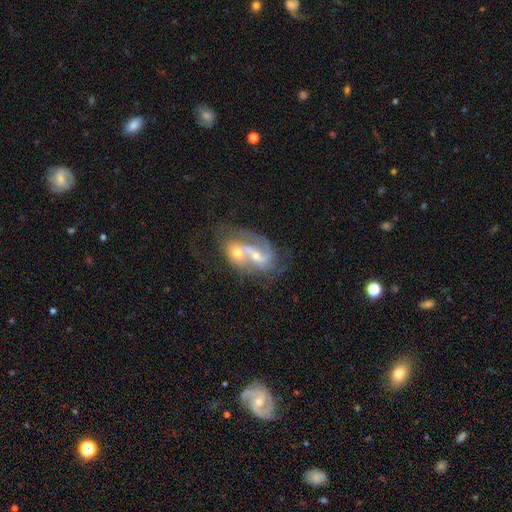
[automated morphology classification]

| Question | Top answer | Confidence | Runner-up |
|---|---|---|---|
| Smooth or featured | featured or disk | 76% | smooth (17%) |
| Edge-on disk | no | 97% | yes (3%) |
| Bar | no | 42% | weak (40%) |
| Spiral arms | yes | 84% | no (16%) |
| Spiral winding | loose | 43% | medium (42%) |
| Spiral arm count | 2 | 71% | can't tell (12%) |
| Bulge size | moderate | 48% | small (45%) |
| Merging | merger | 74% | none (13%) |